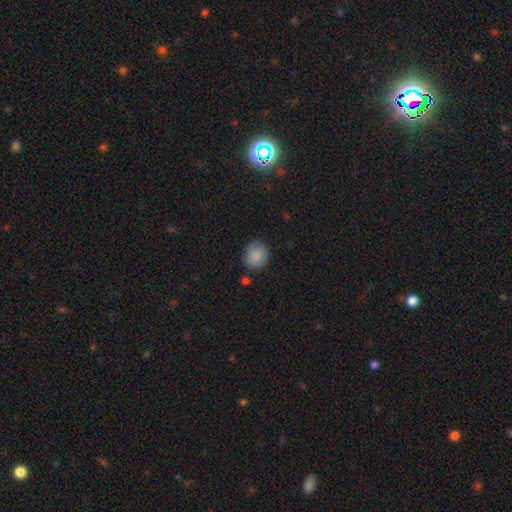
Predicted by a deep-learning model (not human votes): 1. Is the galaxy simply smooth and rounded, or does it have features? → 85% smooth, 7% star or artifact, 7% featured or disk.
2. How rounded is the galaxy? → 81% round, 18% in between, 1% cigar-shaped.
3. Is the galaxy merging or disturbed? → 77% none, 16% minor disturbance, 3% major disturbance, 3% merger.